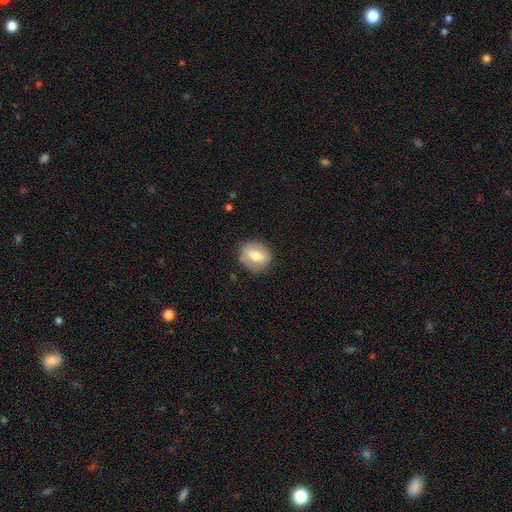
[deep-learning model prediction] A smooth galaxy with no disk features (67%) that is round (64%).

Vote fractions:
- Smooth or featured? smooth: 67% / featured or disk: 25% / star or artifact: 8%
- How rounded? round: 64% / in between: 35% / cigar-shaped: 1%
- Merging? none: 81% / minor disturbance: 14% / major disturbance: 4% / merger: 1%